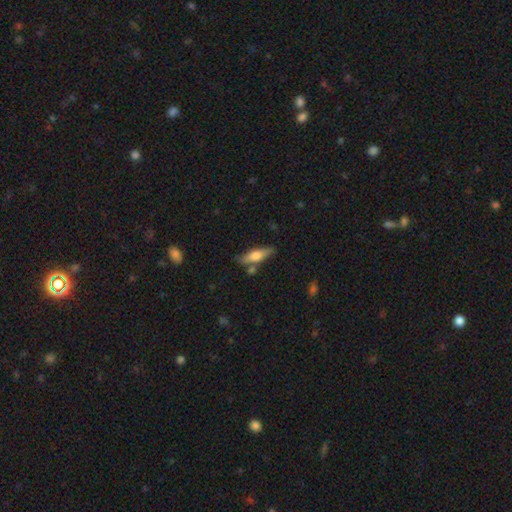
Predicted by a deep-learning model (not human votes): The model was most divided on "smooth or featured": smooth: 53%, featured or disk: 41%, star or artifact: 6%. More confident: merging — none (74%); how rounded — cigar-shaped (57%).